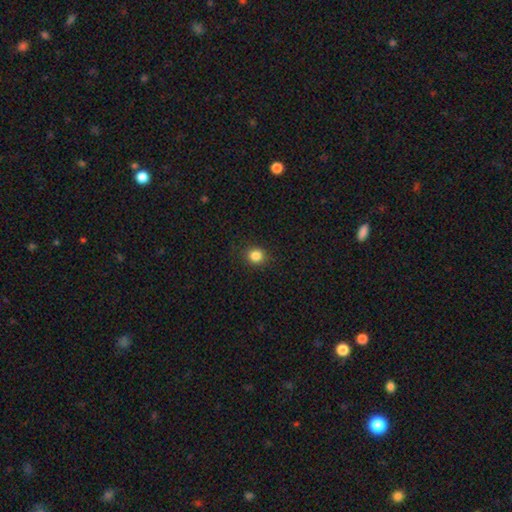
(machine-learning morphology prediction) This is clearly a smooth galaxy (85%). How rounded: clearly round (85%). Merging: clearly none (90%).